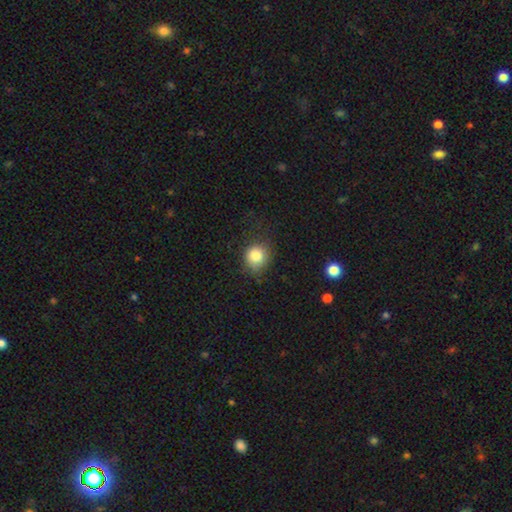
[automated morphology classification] This appears to be a smooth galaxy with no disk features (83%) that is round (79%). Merging: none (71%).